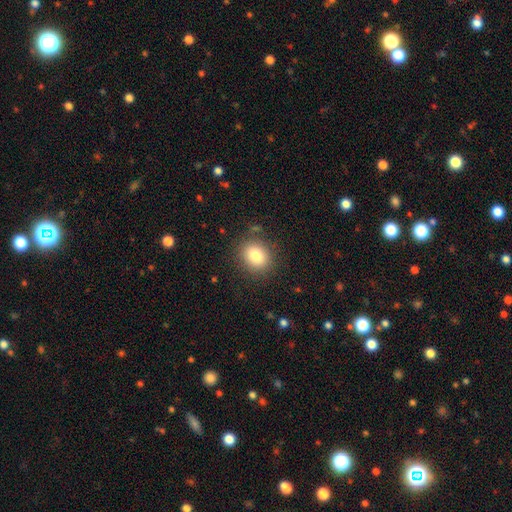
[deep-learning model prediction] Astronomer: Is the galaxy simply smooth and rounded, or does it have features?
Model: smooth — 81%.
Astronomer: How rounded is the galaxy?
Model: round — 60% (runner-up: in between, 39%).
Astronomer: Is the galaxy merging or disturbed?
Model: none — 85%.